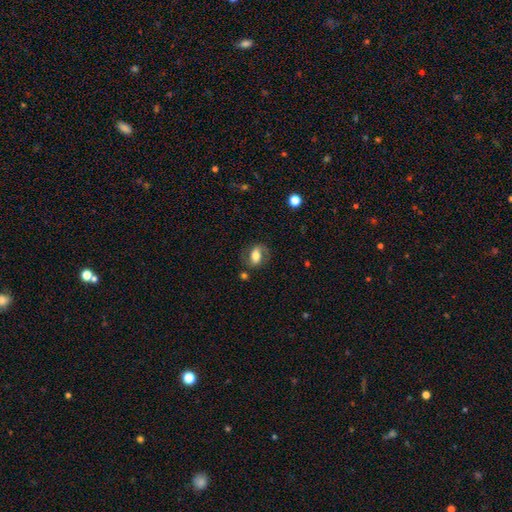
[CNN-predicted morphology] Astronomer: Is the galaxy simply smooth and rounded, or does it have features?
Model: smooth — 52% (runner-up: featured or disk, 39%).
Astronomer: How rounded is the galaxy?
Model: in between — 81%.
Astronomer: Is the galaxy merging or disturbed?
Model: none — 66%.